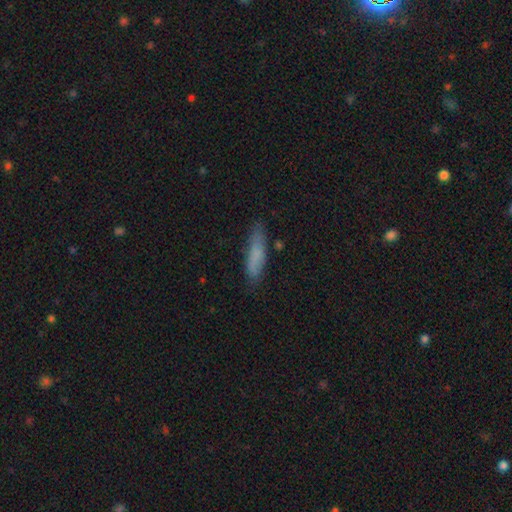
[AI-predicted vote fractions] A smooth galaxy with no disk features (77%) that is cigar-shaped (74%). Merging: none (73%).